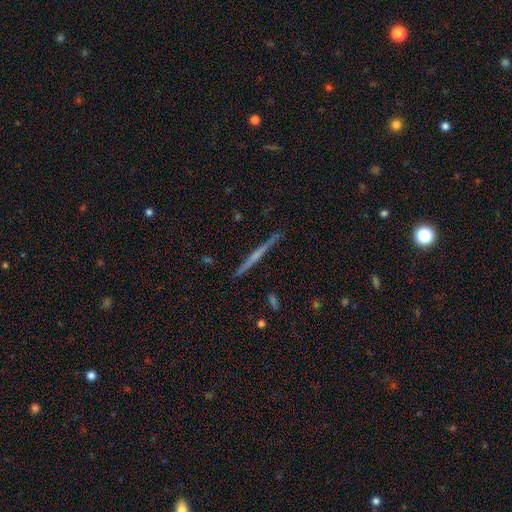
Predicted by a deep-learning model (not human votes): Overall: featured or disk (66%; smooth 27%). Edge-on disk: yes (98%). Edge-on bulge: none (60%; rounded 30%). Merging: none (89%).